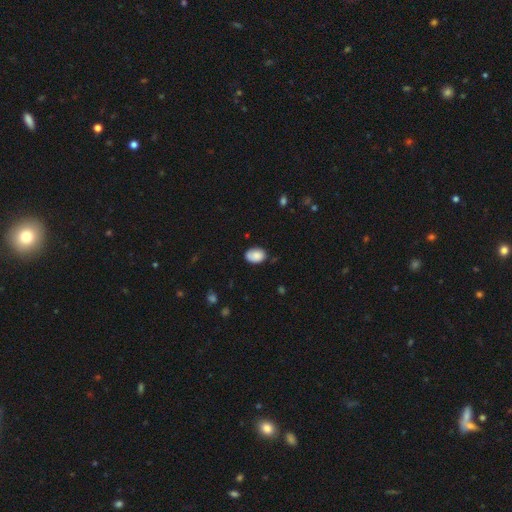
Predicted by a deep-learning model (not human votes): Smooth or featured?
  - smooth: 85% *
  - star or artifact: 7%
  - featured or disk: 7%
How rounded?
  - in between: 82% *
  - round: 17%
  - cigar-shaped: 1%
Merging?
  - none: 70% *
  - minor disturbance: 24%
  - major disturbance: 4%
  - merger: 2%